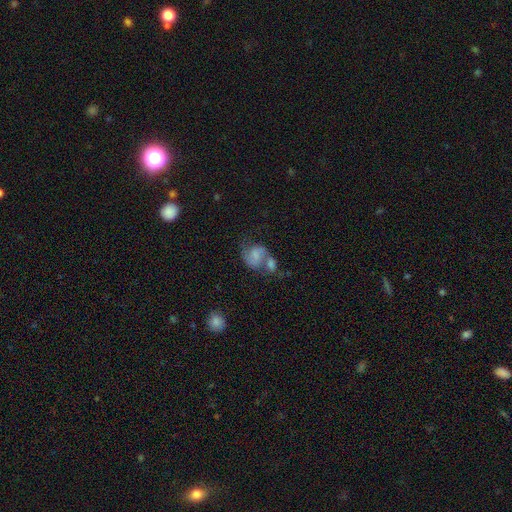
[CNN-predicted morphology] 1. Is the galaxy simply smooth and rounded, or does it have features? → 47% smooth, 43% featured or disk, 10% star or artifact.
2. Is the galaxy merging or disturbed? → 47% merger, 25% none, 15% minor disturbance, 14% major disturbance.